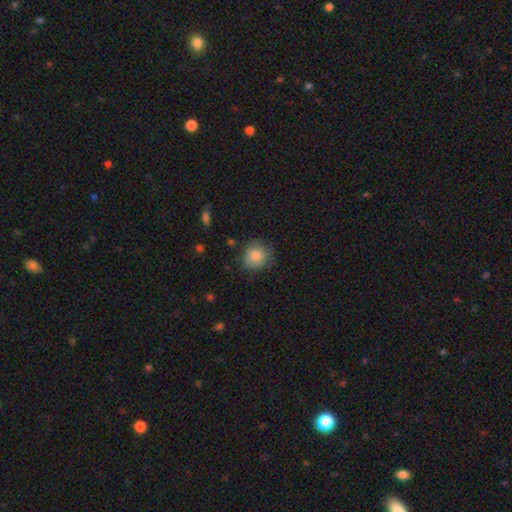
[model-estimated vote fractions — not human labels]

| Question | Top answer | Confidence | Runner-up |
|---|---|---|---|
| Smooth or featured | smooth | 84% | star or artifact (8%) |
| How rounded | round | 86% | in between (13%) |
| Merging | none | 74% | minor disturbance (20%) |